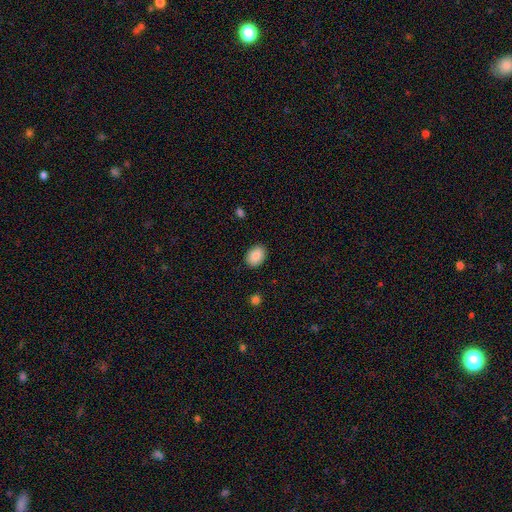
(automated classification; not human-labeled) Q: Smooth or featured?
A: smooth (88%); runner-up: star or artifact (7%)
Q: How rounded?
A: in between (72%); runner-up: round (27%)
Q: Merging?
A: none (89%); runner-up: minor disturbance (8%)